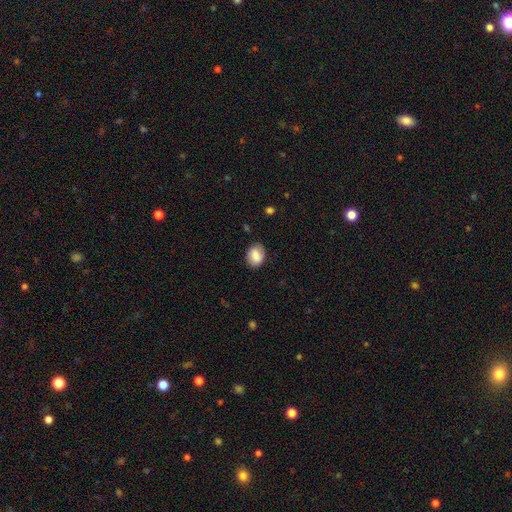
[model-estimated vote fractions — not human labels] This is clearly a smooth galaxy (83%). How rounded: likely in between (65%). Merging: clearly none (81%).